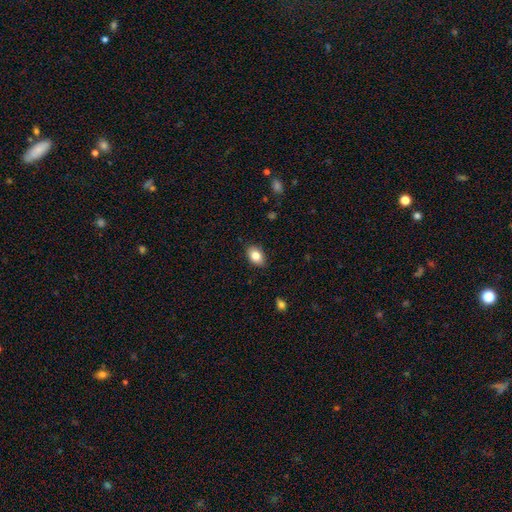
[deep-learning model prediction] smooth_or_featured: smooth (p=0.83) [alt: featured or disk p=0.09]
how_rounded: in between (p=0.83) [alt: round p=0.15]
merging: none (p=0.87) [alt: minor disturbance p=0.10]